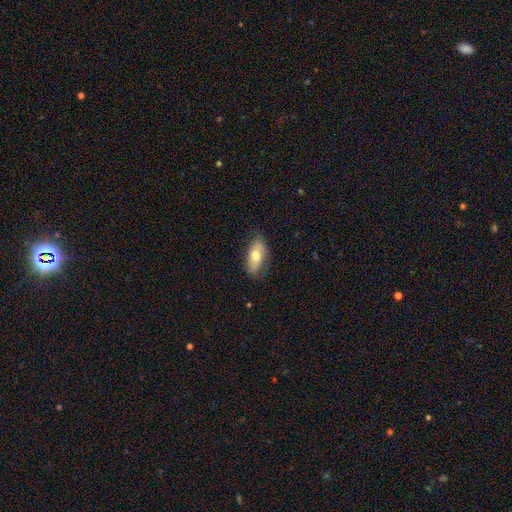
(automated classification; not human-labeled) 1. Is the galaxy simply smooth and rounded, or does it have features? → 68% smooth, 25% featured or disk, 6% star or artifact.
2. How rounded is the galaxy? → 90% in between, 6% cigar-shaped, 4% round.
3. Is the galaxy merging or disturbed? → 73% none, 21% minor disturbance, 5% major disturbance, 1% merger.